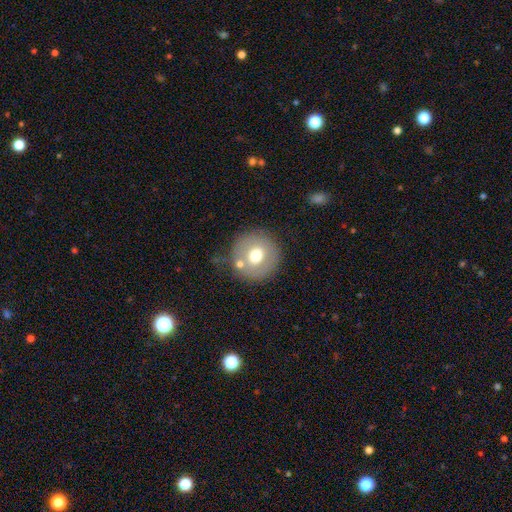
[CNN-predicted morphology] A smooth galaxy with no disk features (65%) that is round (94%). Merging: none (75%).